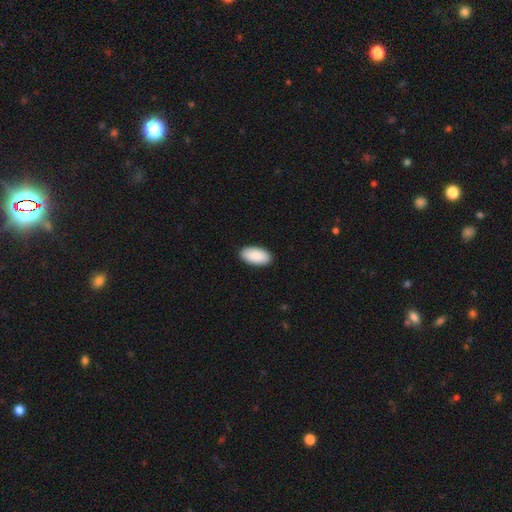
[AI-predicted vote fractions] Overall: smooth (92%). How rounded: in between (96%). Merging: none (90%).